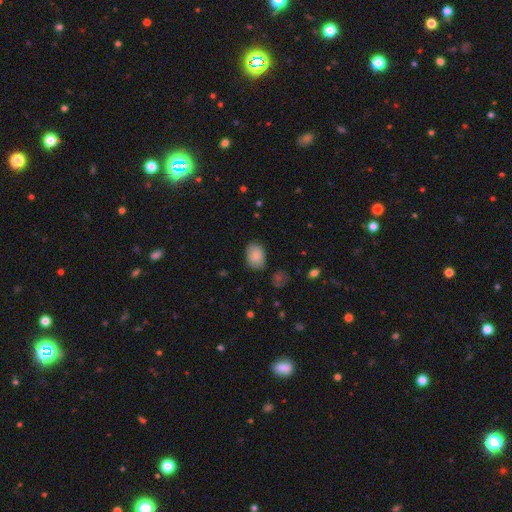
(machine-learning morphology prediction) smooth_or_featured: smooth (p=0.84) [alt: featured or disk p=0.08]
how_rounded: in between (p=0.77) [alt: round p=0.22]
merging: none (p=0.77) [alt: minor disturbance p=0.17]